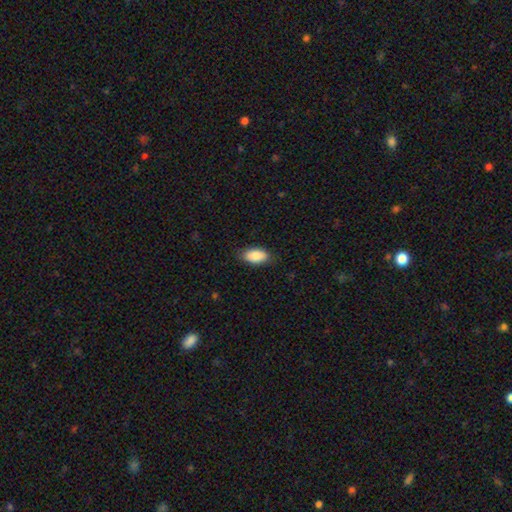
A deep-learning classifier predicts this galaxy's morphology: The model was most divided on "merging": none: 84%, minor disturbance: 13%, major disturbance: 3%, merger: 1%. More confident: how rounded — in between (93%); smooth or featured — smooth (86%).